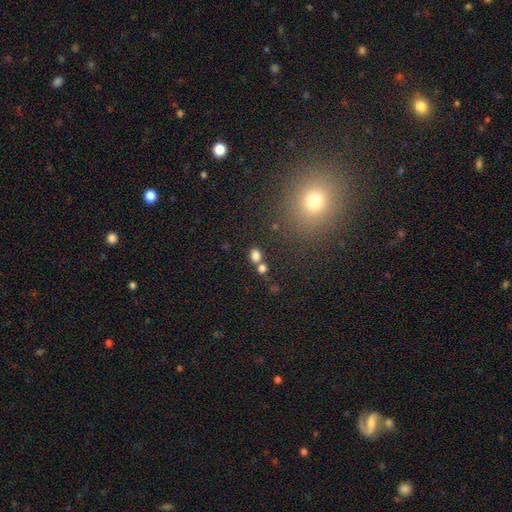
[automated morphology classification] Overall: smooth (79%). How rounded: round (53%; in between 46%). Merging: none (57%; merger 31%).